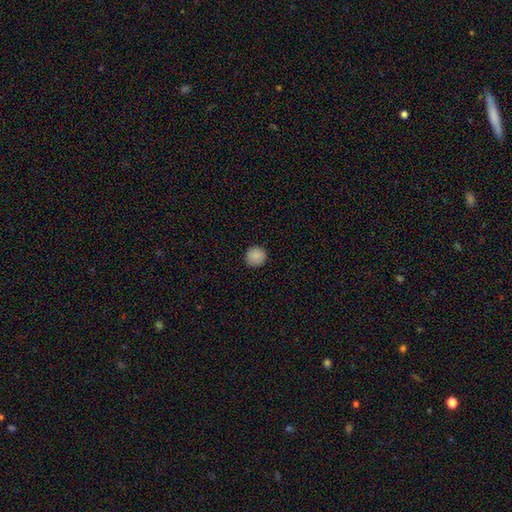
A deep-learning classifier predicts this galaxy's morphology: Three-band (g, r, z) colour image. It shows a smooth galaxy with no disk features (88%) that is round (94%). Merging: none (91%).